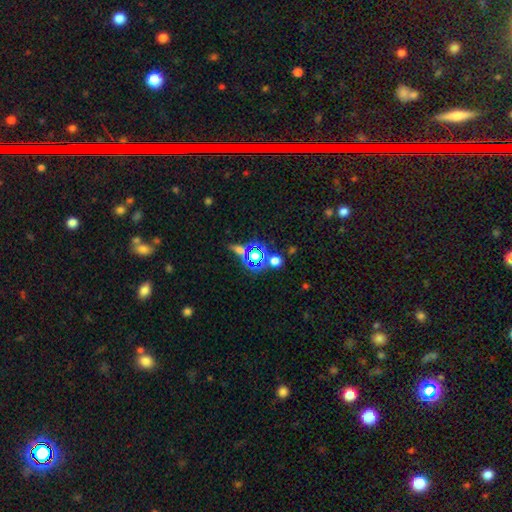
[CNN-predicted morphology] A star or artifact, not a galaxy (57%).

Vote fractions:
- Smooth or featured? star or artifact: 57% / smooth: 32% / featured or disk: 11%